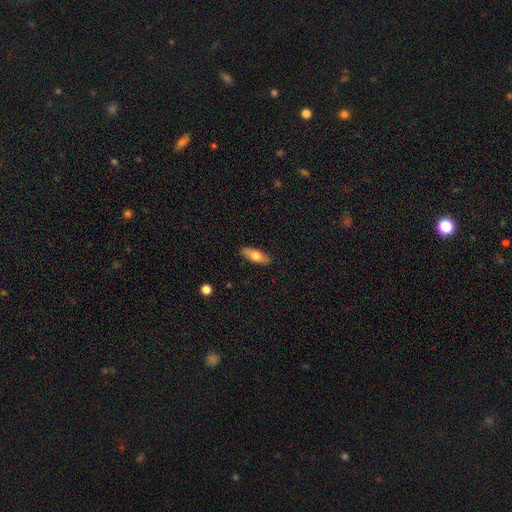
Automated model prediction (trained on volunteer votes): smooth_or_featured: smooth (p=0.66) [alt: featured or disk p=0.28]
how_rounded: in between (p=0.73) [alt: cigar-shaped p=0.24]
merging: none (p=0.89) [alt: minor disturbance p=0.08]